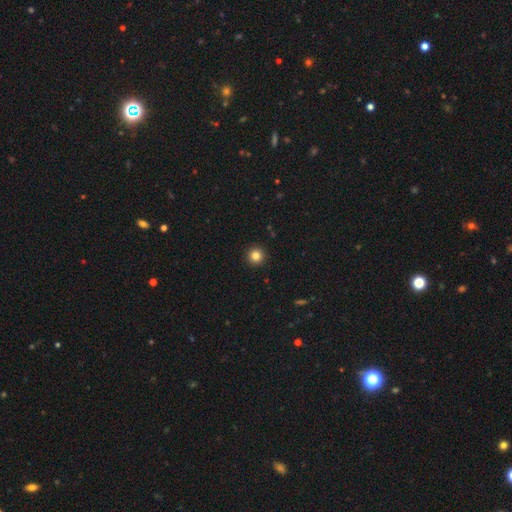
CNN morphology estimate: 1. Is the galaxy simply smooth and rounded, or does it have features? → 83% smooth, 12% star or artifact, 5% featured or disk.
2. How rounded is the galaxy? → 96% round, 3% in between, 1% cigar-shaped.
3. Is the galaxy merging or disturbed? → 93% none, 4% minor disturbance, 1% major disturbance, 1% merger.